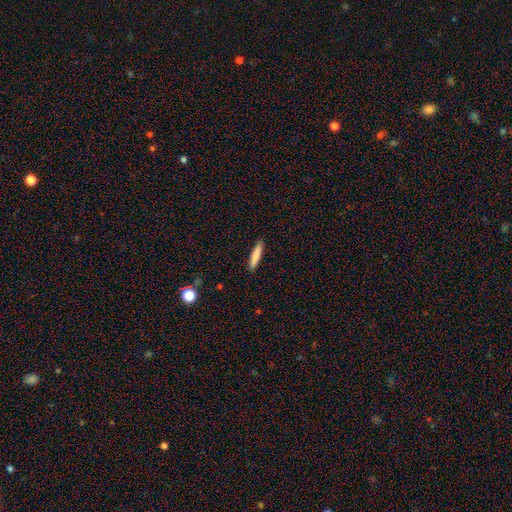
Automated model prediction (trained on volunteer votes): Smooth or featured? Predicted: smooth (p=0.82). How rounded? Predicted: cigar-shaped (p=0.87). Merging? Predicted: none (p=0.90).